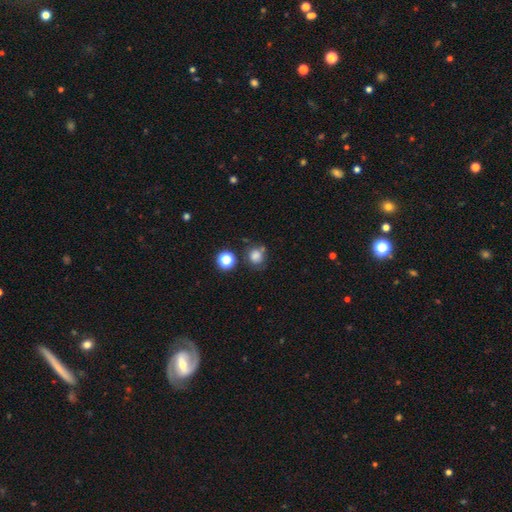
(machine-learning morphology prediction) Overall: smooth (77%). How rounded: round (82%). Merging: none (65%).